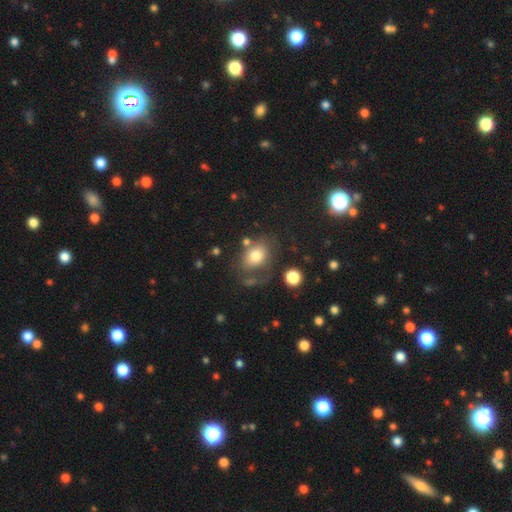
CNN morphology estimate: Q: Smooth or featured?
A: smooth (75%); runner-up: featured or disk (15%)
Q: How rounded?
A: in between (67%); runner-up: round (32%)
Q: Merging?
A: none (56%); runner-up: minor disturbance (20%)